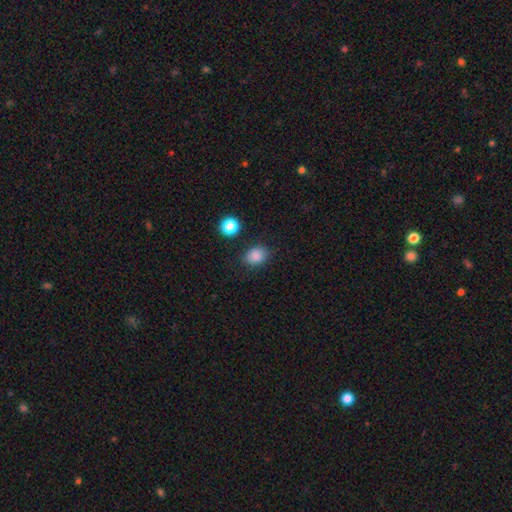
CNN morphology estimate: Smooth or featured? smooth (85%)
How rounded? in between (52%)
Merging? none (82%)